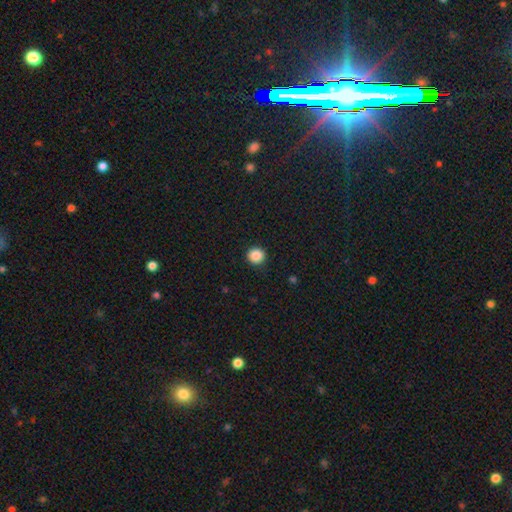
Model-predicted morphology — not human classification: type=smooth (87%); roundness=round (94%); merging=none (92%).